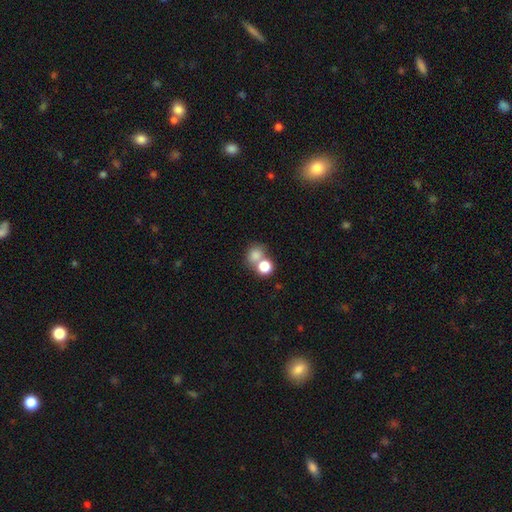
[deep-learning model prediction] smooth_or_featured: smooth (p=0.78) [alt: star or artifact p=0.13]
how_rounded: round (p=0.72) [alt: in between p=0.27]
merging: merger (p=0.45) [alt: none p=0.43]